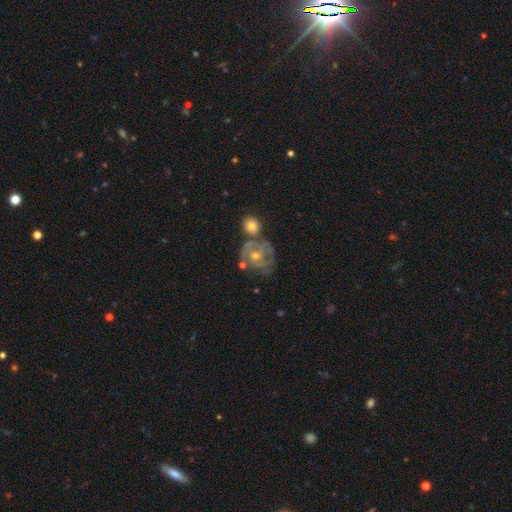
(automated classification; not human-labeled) featured or disk 78%, smooth 15%, star or artifact 7%. Down the decision tree: edge-on disk — no (97%); bar — no (70%); spiral arms — yes (84%); spiral arm count — can't tell (36%); spiral winding — tight (63%); bulge size — moderate (56%); merging — none (50%).